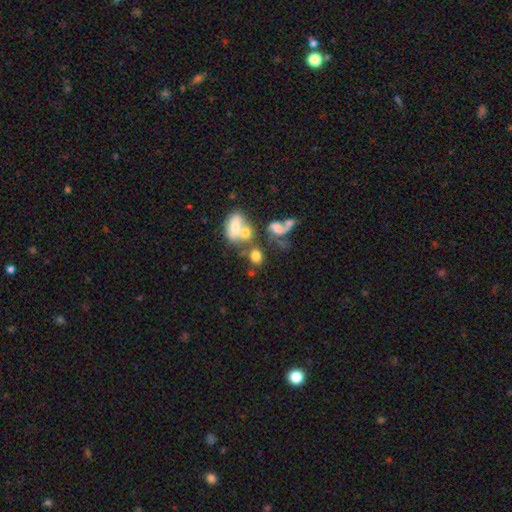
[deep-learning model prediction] This is likely a smooth galaxy (68%). How rounded: possibly in between (51%). Merging: marginally merger (44%).